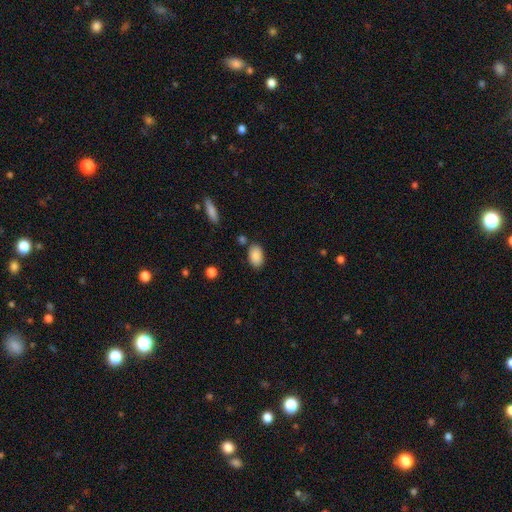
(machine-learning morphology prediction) A smooth galaxy with no disk features (87%) that is in between round and cigar-shaped (92%).

Vote fractions:
- Smooth or featured? smooth: 87% / star or artifact: 7% / featured or disk: 5%
- How rounded? in between: 92% / round: 7% / cigar-shaped: 1%
- Merging? none: 81% / minor disturbance: 11% / merger: 5% / major disturbance: 3%